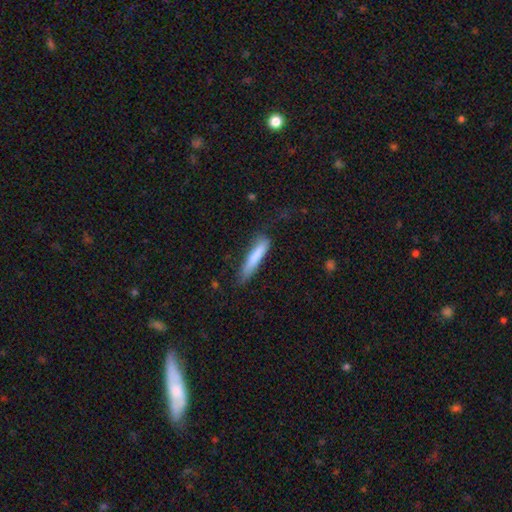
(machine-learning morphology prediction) Smooth or featured?
  - smooth: 77% *
  - featured or disk: 17%
  - star or artifact: 6%
How rounded?
  - cigar-shaped: 90% *
  - in between: 9%
  - round: 1%
Merging?
  - none: 68% *
  - minor disturbance: 22%
  - major disturbance: 7%
  - merger: 2%